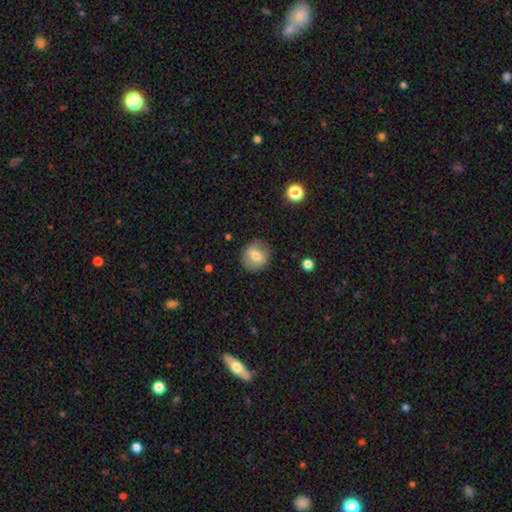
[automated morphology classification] Smooth or featured?
  - smooth: 68% *
  - featured or disk: 24%
  - star or artifact: 9%
How rounded?
  - round: 86% *
  - in between: 13%
  - cigar-shaped: 1%
Merging?
  - none: 85% *
  - minor disturbance: 11%
  - major disturbance: 3%
  - merger: 1%